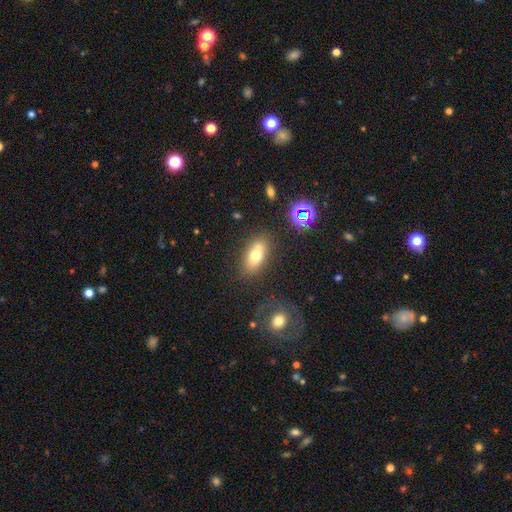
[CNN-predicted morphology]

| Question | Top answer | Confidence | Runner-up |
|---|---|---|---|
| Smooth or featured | smooth | 70% | featured or disk (19%) |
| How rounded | in between | 84% | round (8%) |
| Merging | none | 71% | minor disturbance (15%) |